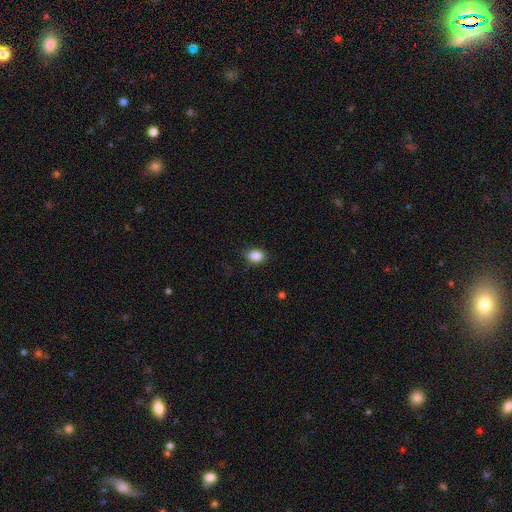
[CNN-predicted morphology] This is clearly a smooth galaxy (87%). How rounded: likely in between (62%). Merging: likely none (77%).